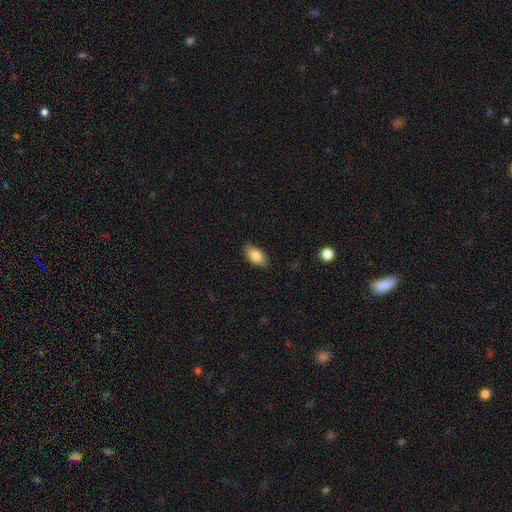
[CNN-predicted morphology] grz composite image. It shows a smooth galaxy with no disk features (83%) that is in between round and cigar-shaped (91%). Merging: none (87%).